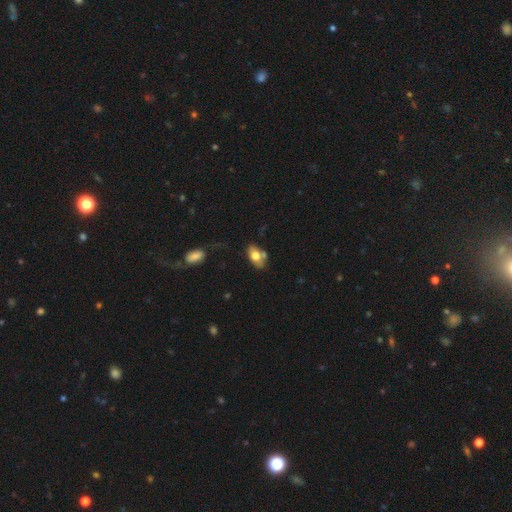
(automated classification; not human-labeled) Smooth or featured? Predicted: smooth (p=0.70). How rounded? Predicted: in between (p=0.90). Merging? Predicted: none (p=0.53).